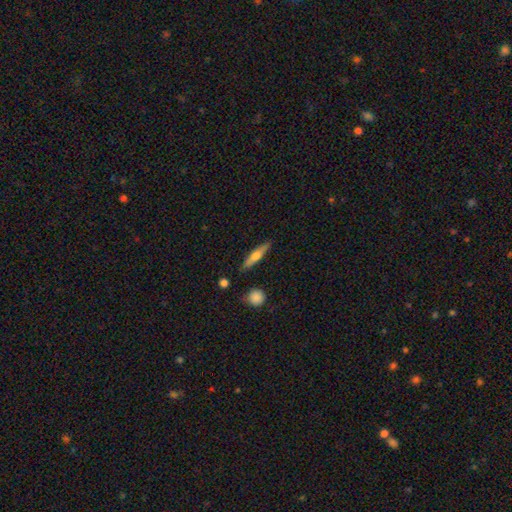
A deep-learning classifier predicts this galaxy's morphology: Overall: featured or disk (47%, tied with smooth). Merging: none (86%).